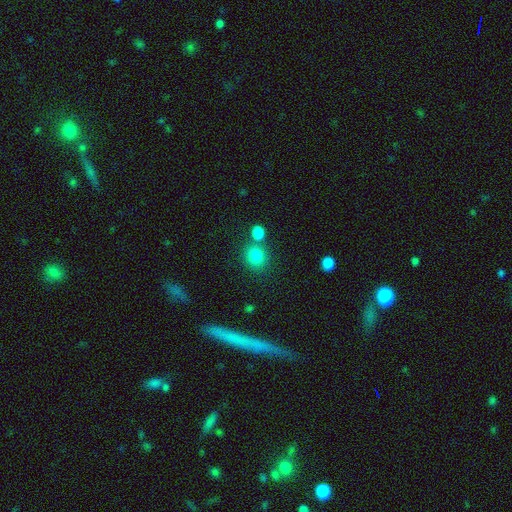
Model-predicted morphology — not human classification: Smooth or featured? smooth (82%)
How rounded? round (82%)
Merging? none (69%)